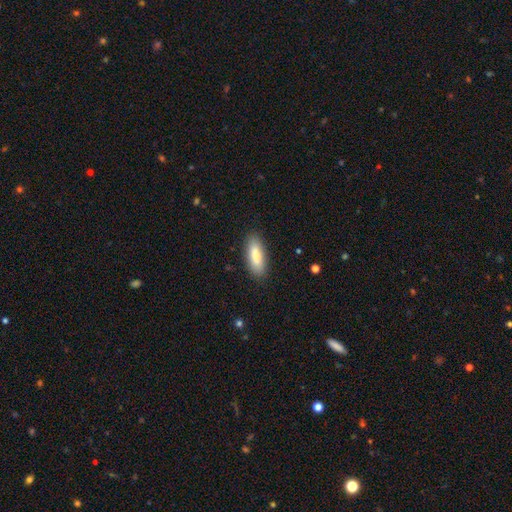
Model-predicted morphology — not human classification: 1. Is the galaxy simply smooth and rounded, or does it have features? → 85% smooth, 9% featured or disk, 6% star or artifact.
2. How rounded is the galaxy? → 67% in between, 31% cigar-shaped, 2% round.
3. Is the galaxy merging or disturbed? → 87% none, 10% minor disturbance, 2% major disturbance, 1% merger.